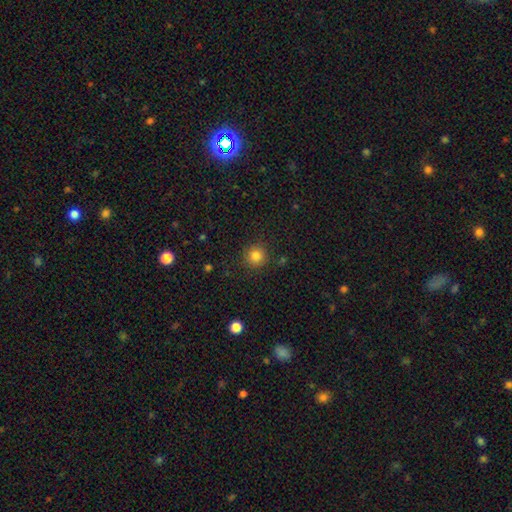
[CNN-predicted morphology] type=smooth (83%); roundness=round (93%); merging=none (88%).